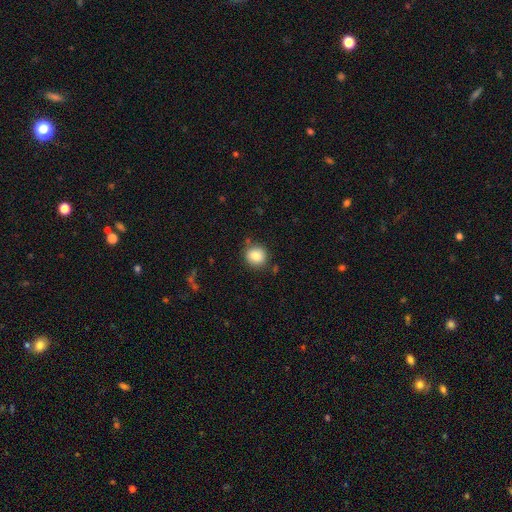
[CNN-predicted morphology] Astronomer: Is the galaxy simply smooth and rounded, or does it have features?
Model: smooth — 85%.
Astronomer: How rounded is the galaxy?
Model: round — 84%.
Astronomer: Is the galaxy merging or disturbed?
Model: none — 84%.